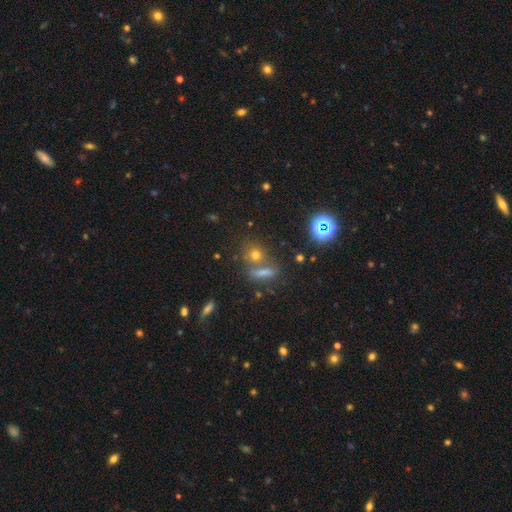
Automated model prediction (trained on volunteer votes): smooth 56%, star or artifact 32%, featured or disk 13%. Down the decision tree: how rounded — round (66%); merging — none (60%).